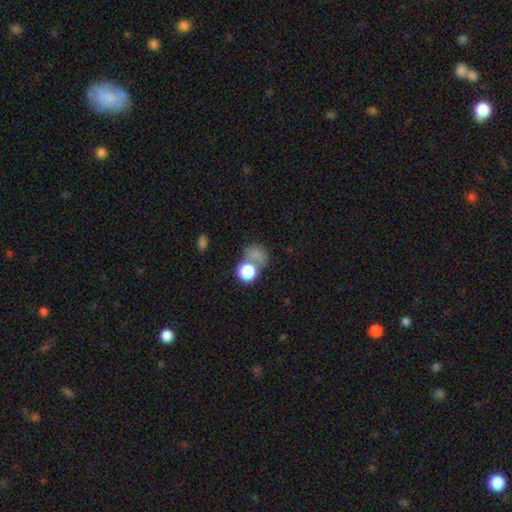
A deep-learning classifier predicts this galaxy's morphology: Smooth or featured?
  - smooth: 71% *
  - star or artifact: 19%
  - featured or disk: 11%
How rounded?
  - round: 67% *
  - in between: 32%
  - cigar-shaped: 1%
Merging?
  - none: 39% *
  - merger: 34%
  - major disturbance: 14%
  - minor disturbance: 13%